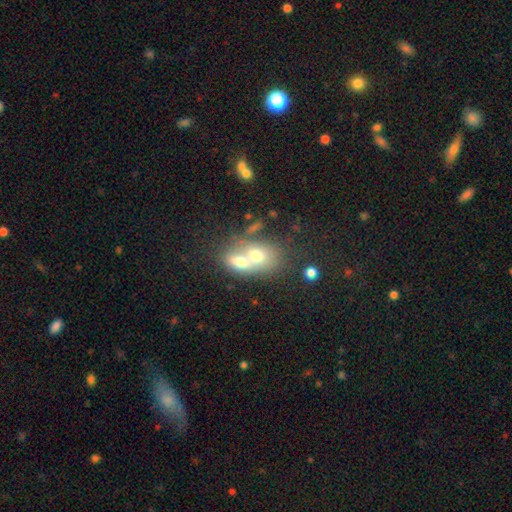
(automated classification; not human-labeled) smooth-or-featured: smooth: 66% | featured or disk: 24% | star or artifact: 10%
  how-rounded: in between: 65% | round: 33% | cigar-shaped: 2%
  merging: merger: 72% | none: 18% | minor disturbance: 6% | major disturbance: 4%